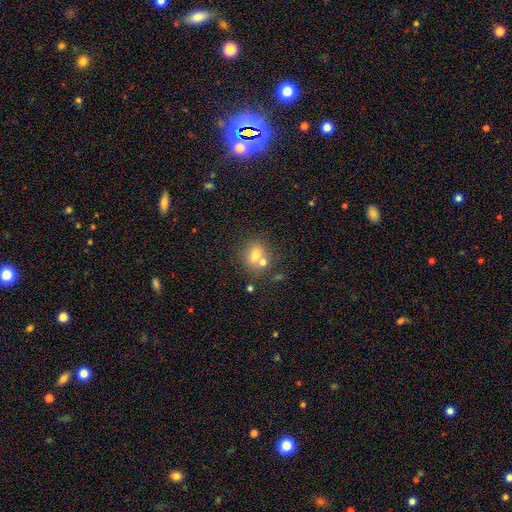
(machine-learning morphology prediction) Smooth or featured: smooth — 70% (featured or disk — 18%)
How rounded: round — 62% (in between — 36%)
Merging: none — 49% (merger — 36%)